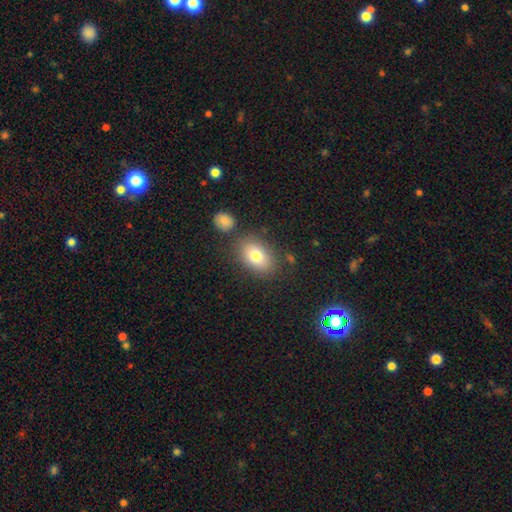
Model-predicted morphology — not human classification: Q: Smooth or featured?
A: smooth (78%); runner-up: featured or disk (13%)
Q: How rounded?
A: in between (82%); runner-up: round (16%)
Q: Merging?
A: none (76%); runner-up: minor disturbance (12%)